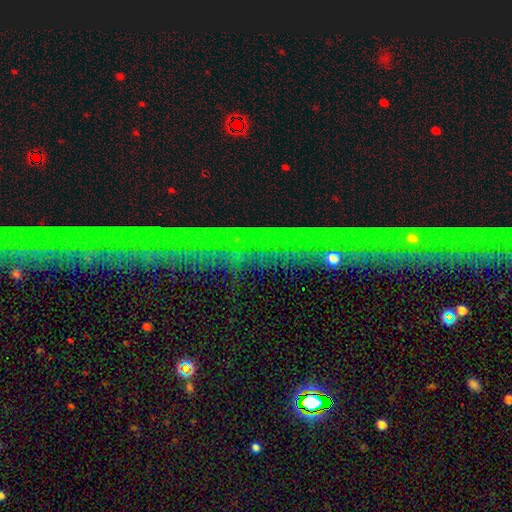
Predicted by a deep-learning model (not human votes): This appears to be a star or artifact, not a galaxy (79%).